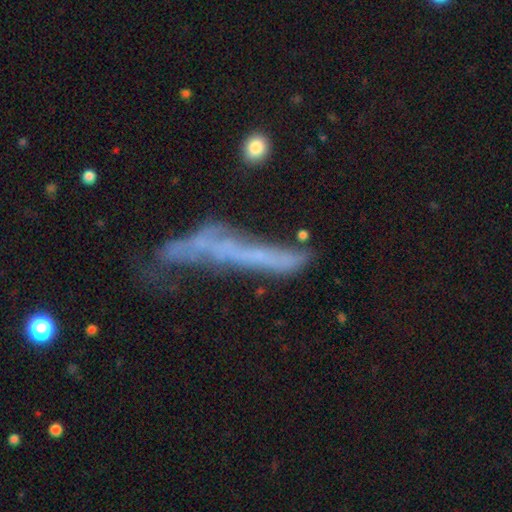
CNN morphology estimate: Smooth or featured: featured or disk — 47% (smooth — 35%)
Merging: none — 32% (major disturbance — 31%)